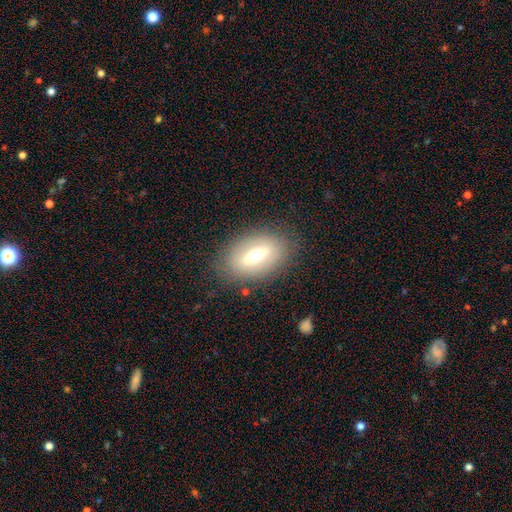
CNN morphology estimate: A featured or disk galaxy (47%). Merging: none (83%).